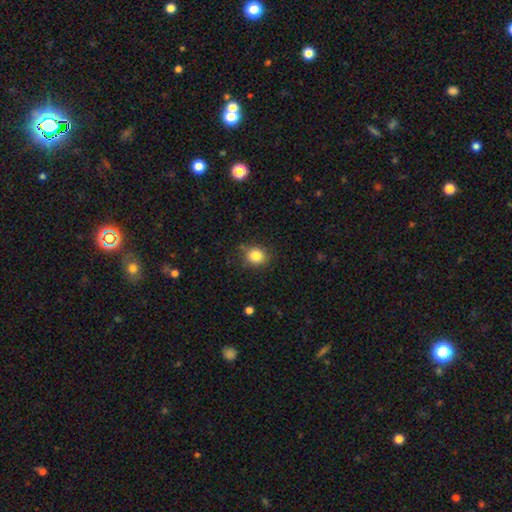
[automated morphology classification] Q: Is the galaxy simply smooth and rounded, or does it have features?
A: smooth — 83%.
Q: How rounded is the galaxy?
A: round — 79%.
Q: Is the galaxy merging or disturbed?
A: none — 79%.